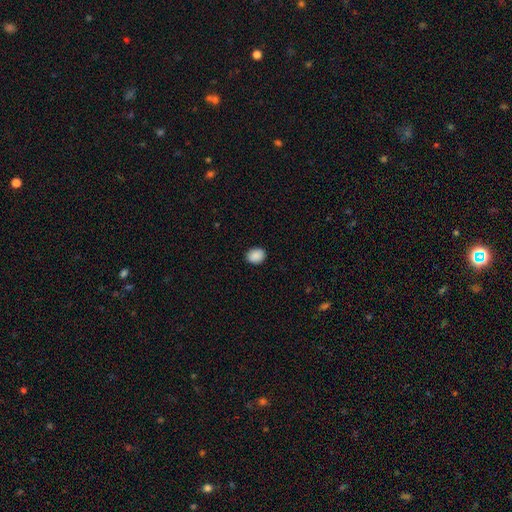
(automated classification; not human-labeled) Morphology: type=smooth (90%); roundness=in between (50%); merging=none (89%).